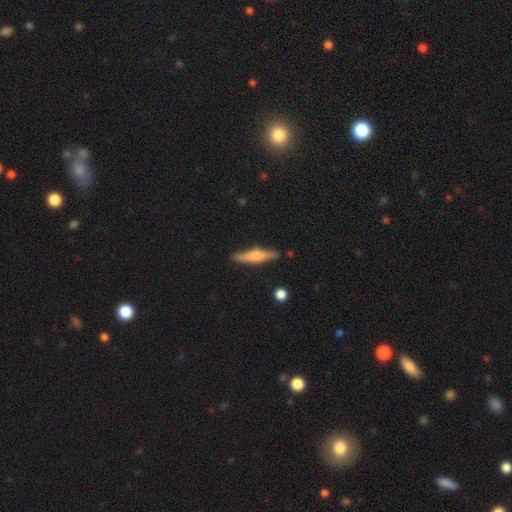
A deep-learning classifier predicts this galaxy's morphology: Smooth or featured? featured or disk (53%)
Edge-on disk? yes (95%)
Edge-on bulge? rounded (83%)
Merging? none (87%)